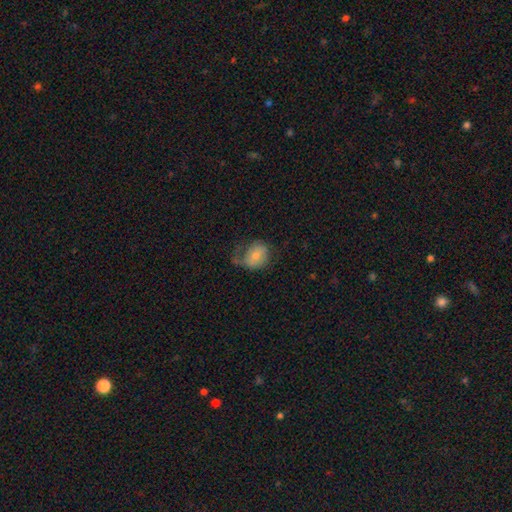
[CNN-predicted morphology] Smooth or featured: smooth — 59% (featured or disk — 33%)
How rounded: in between — 50% (round — 49%)
Merging: none — 35% (major disturbance — 33%)